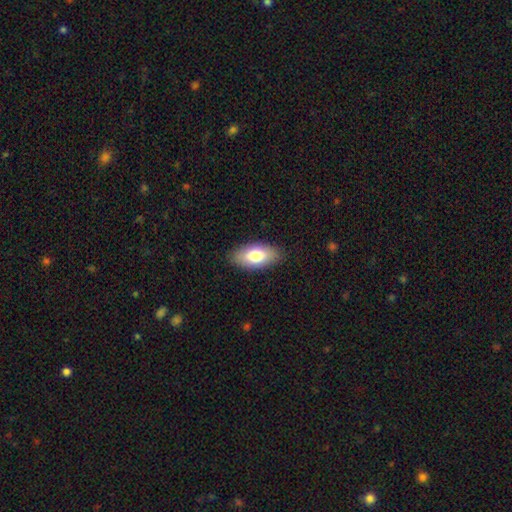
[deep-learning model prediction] Overall: smooth (77%). How rounded: in between (90%). Merging: none (86%).